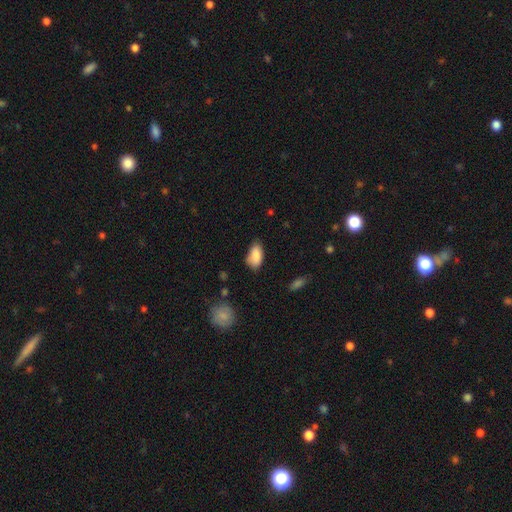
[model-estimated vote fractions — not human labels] A smooth galaxy with no disk features (87%) that is in between round and cigar-shaped (93%).

Vote fractions:
- Smooth or featured? smooth: 87% / star or artifact: 7% / featured or disk: 6%
- How rounded? in between: 93% / round: 4% / cigar-shaped: 3%
- Merging? none: 66% / minor disturbance: 27% / major disturbance: 5% / merger: 2%